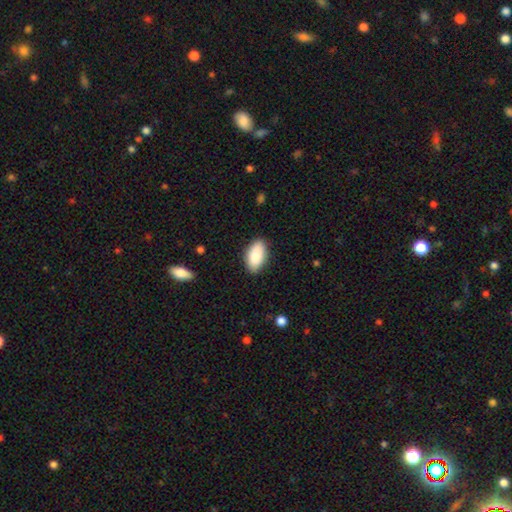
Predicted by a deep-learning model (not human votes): Smooth or featured: smooth — 87% (featured or disk — 7%)
How rounded: in between — 94% (cigar-shaped — 3%)
Merging: none — 88% (minor disturbance — 9%)